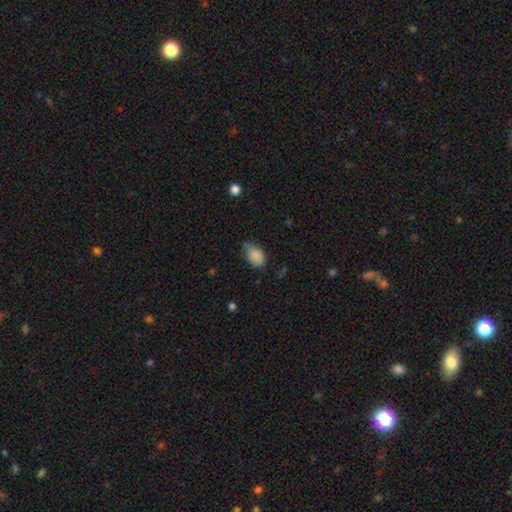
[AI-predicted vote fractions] Smooth or featured? Predicted: smooth (p=0.88). How rounded? Predicted: in between (p=0.89). Merging? Predicted: none (p=0.62).